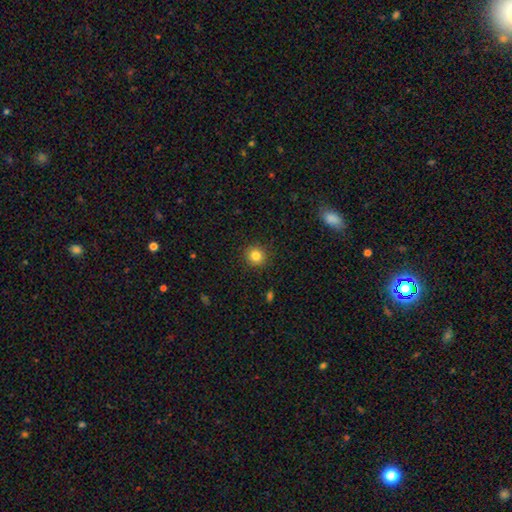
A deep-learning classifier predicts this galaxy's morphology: Overall: smooth (83%). How rounded: round (92%). Merging: none (91%).